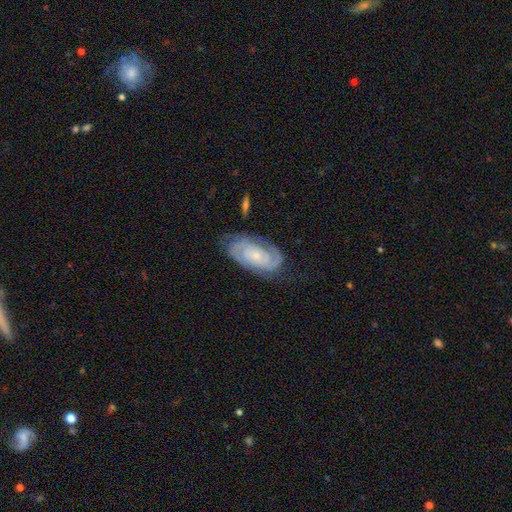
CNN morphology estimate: smooth_or_featured: featured or disk (p=0.82) [alt: smooth p=0.12]
disk_edge_on: no (p=0.96) [alt: yes p=0.04]
bar: no (p=0.72) [alt: weak p=0.22]
has_spiral_arms: yes (p=0.96) [alt: no p=0.04]
spiral_winding: tight (p=0.69) [alt: medium p=0.25]
spiral_arm_count: 2 (p=0.58) [alt: can't tell p=0.20]
bulge_size: small (p=0.74) [alt: moderate p=0.19]
merging: none (p=0.73) [alt: minor disturbance p=0.18]